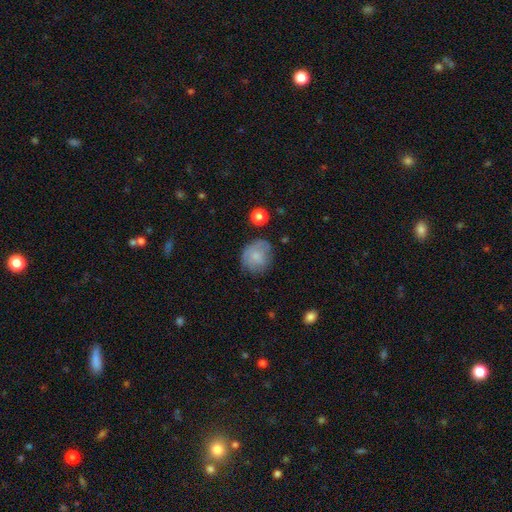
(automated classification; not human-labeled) Smooth or featured? smooth (74%)
How rounded? round (78%)
Merging? none (63%)